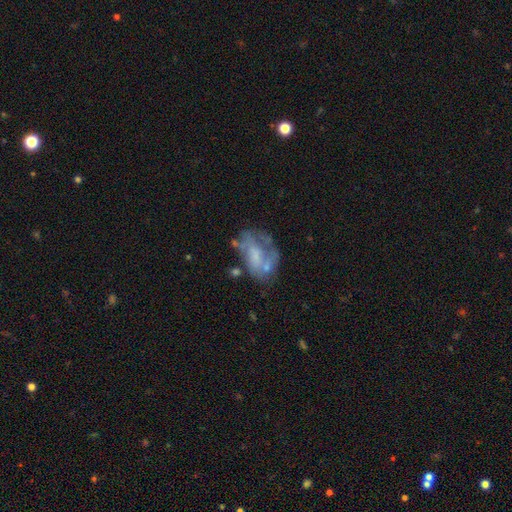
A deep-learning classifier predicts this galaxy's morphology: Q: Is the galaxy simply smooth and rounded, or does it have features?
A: featured or disk — 58%.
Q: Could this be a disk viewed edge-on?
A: no — 97%.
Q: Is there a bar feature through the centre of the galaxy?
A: no — 73%.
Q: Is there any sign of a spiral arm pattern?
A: no — 65%.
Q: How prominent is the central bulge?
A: none — 45%.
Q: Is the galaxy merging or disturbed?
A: none — 36%.